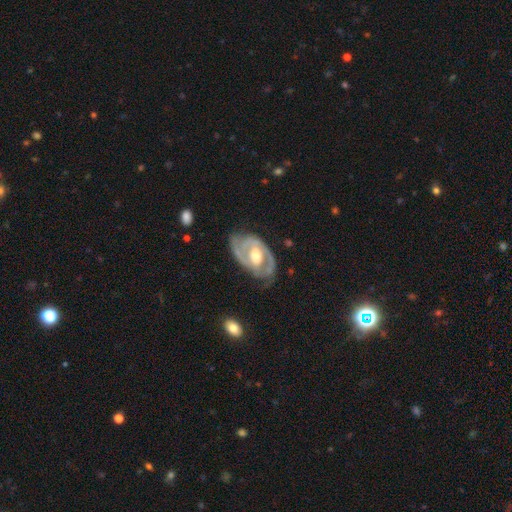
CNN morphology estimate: smooth_or_featured: featured or disk (p=0.86) [alt: smooth p=0.09]
disk_edge_on: no (p=0.96) [alt: yes p=0.04]
bar: weak (p=0.44) [alt: no p=0.37]
has_spiral_arms: yes (p=0.91) [alt: no p=0.09]
spiral_winding: tight (p=0.46) [alt: medium p=0.43]
spiral_arm_count: 2 (p=0.79) [alt: can't tell p=0.10]
bulge_size: moderate (p=0.72) [alt: small p=0.15]
merging: none (p=0.69) [alt: minor disturbance p=0.21]